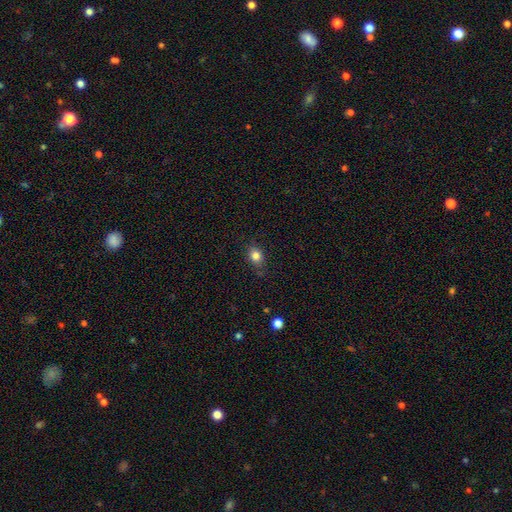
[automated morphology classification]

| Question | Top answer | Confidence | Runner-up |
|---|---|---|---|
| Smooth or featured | smooth | 82% | star or artifact (11%) |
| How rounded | in between | 51% | round (47%) |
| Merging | none | 80% | minor disturbance (16%) |